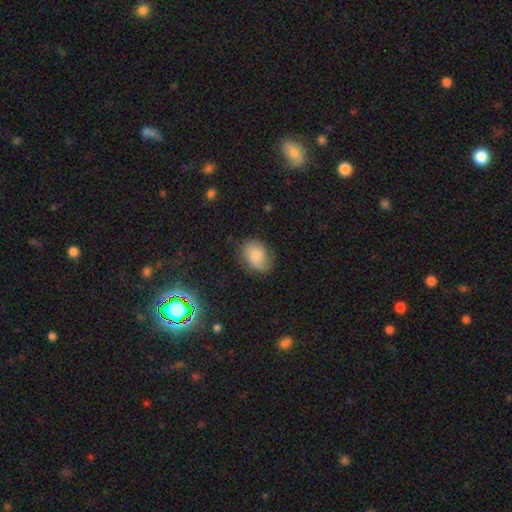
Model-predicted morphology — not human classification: type=smooth (71%); roundness=in between (70%); merging=none (69%).